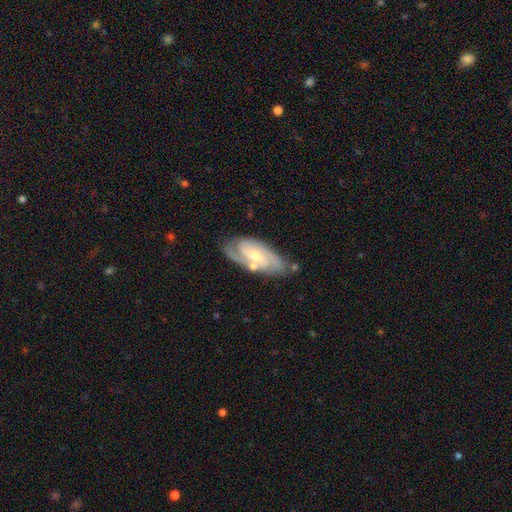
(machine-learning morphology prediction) Smooth or featured? Predicted: featured or disk (p=0.83). Edge-on disk? Predicted: no (p=0.94). Bar? Predicted: no (p=0.43, tied with weak). Spiral arms? Predicted: yes (p=0.96). Spiral winding? Predicted: tight (p=0.50). Spiral arm count? Predicted: 2 (p=0.65). Bulge size? Predicted: small (p=0.51). Merging? Predicted: none (p=0.69).